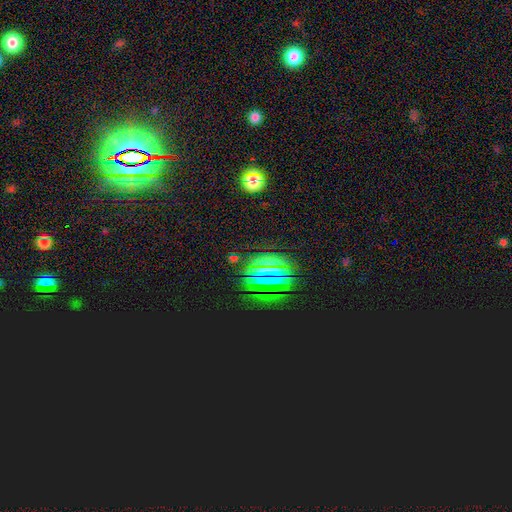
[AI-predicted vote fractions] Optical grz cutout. It shows a star or artifact, not a galaxy (83%).